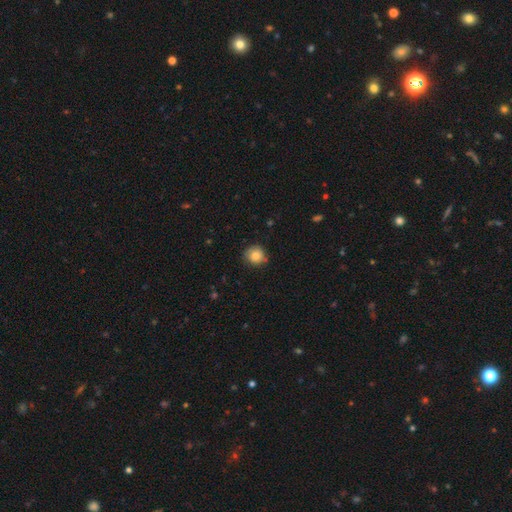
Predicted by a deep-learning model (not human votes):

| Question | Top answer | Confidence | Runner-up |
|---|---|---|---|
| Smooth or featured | smooth | 81% | featured or disk (9%) |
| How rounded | round | 89% | in between (10%) |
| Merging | none | 76% | minor disturbance (19%) |